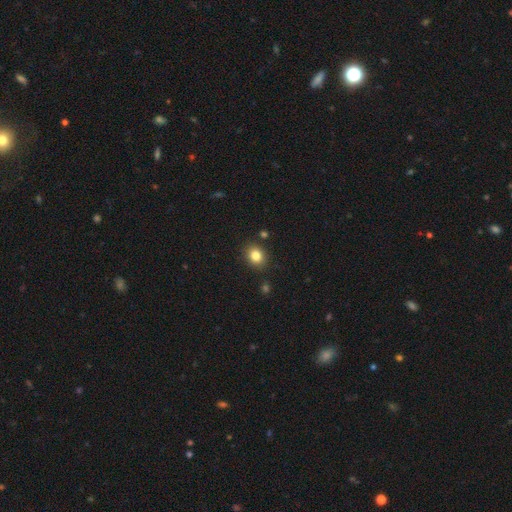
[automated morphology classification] type=smooth (83%); roundness=round (57%); merging=none (86%).